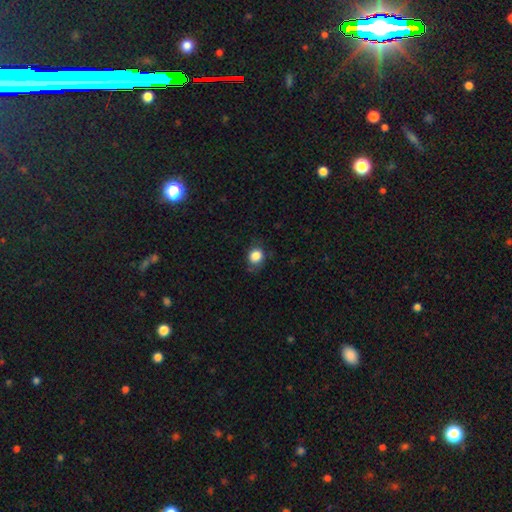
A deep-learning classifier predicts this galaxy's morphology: smooth 86%, star or artifact 10%, featured or disk 5%. Down the decision tree: how rounded — round (68%); merging — none (71%).